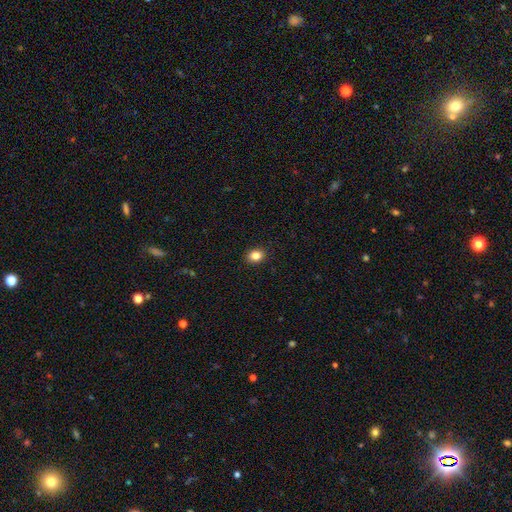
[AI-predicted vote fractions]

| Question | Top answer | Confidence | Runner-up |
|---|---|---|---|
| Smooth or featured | smooth | 84% | star or artifact (10%) |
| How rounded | in between | 51% | round (48%) |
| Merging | none | 91% | minor disturbance (6%) |